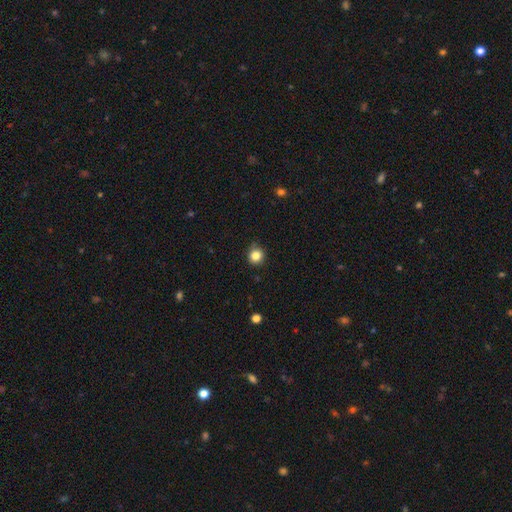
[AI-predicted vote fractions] A smooth galaxy with no disk features (83%) that is round (89%). Merging: none (82%).